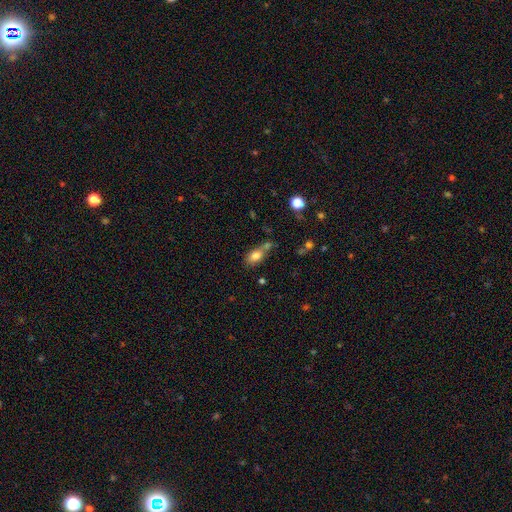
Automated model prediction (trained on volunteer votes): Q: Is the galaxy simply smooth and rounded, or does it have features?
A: smooth — 79%.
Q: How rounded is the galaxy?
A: in between — 80%.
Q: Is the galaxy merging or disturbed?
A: none — 46%.